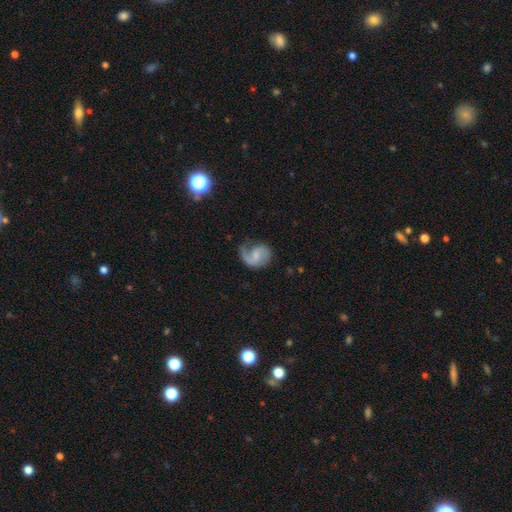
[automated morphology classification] smooth-or-featured: featured or disk: 70% | smooth: 23% | star or artifact: 6%
  disk-edge-on: no: 98% | yes: 2%
    bar: weak: 46% | no: 45% | strong: 9%
    has-spiral-arms: yes: 93% | no: 7%
      spiral-winding: medium: 43% | loose: 38% | tight: 19%
      spiral-arm-count: 1: 47% | 2: 46% | can't tell: 5% | 3: 1% | 4: 1% | more than 4: 1%
    bulge-size: small: 42% | moderate: 27% | none: 27% | large: 4% | dominant: 1%
  merging: none: 52% | minor disturbance: 24% | major disturbance: 22% | merger: 2%